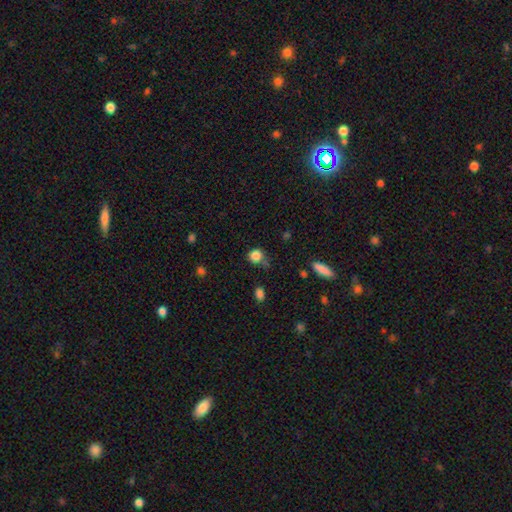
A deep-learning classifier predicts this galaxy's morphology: This is clearly a smooth galaxy (84%). How rounded: clearly round (84%). Merging: likely none (64%).